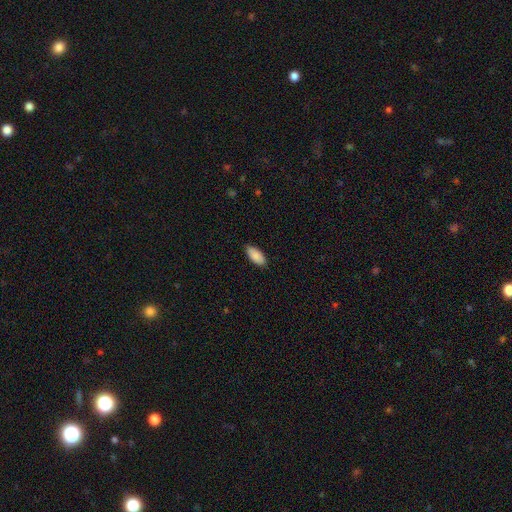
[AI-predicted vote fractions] smooth-or-featured: smooth: 89% | star or artifact: 6% | featured or disk: 5%
  how-rounded: in between: 91% | cigar-shaped: 8% | round: 2%
  merging: none: 87% | minor disturbance: 11% | major disturbance: 2% | merger: 1%